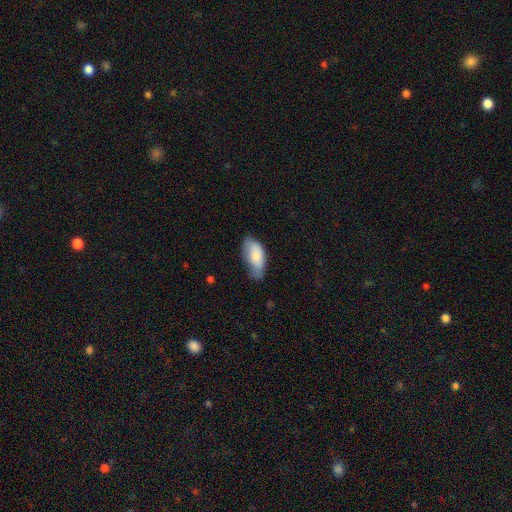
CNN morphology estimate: smooth 76%, featured or disk 18%, star or artifact 6%. Down the decision tree: how rounded — in between (92%); merging — minor disturbance (43%).